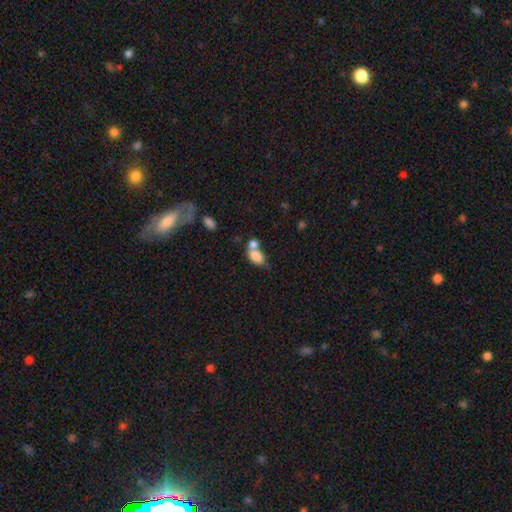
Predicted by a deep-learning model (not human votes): smooth_or_featured: smooth (p=0.80) [alt: featured or disk p=0.11]
how_rounded: in between (p=0.88) [alt: round p=0.10]
merging: merger (p=0.54) [alt: none p=0.26]